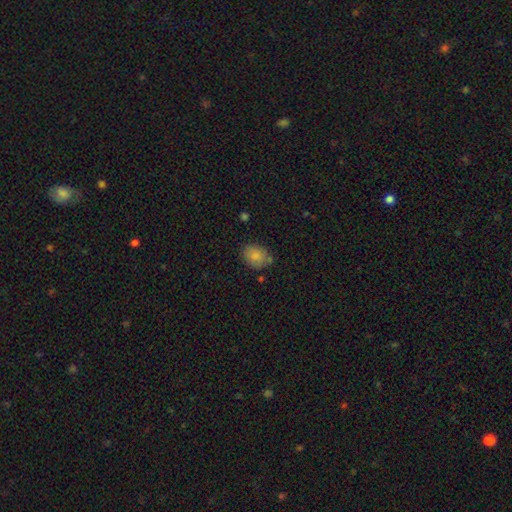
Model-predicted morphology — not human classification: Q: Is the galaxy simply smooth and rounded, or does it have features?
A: smooth — 81%.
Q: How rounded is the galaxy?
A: in between — 64%.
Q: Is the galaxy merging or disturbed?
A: none — 67%.